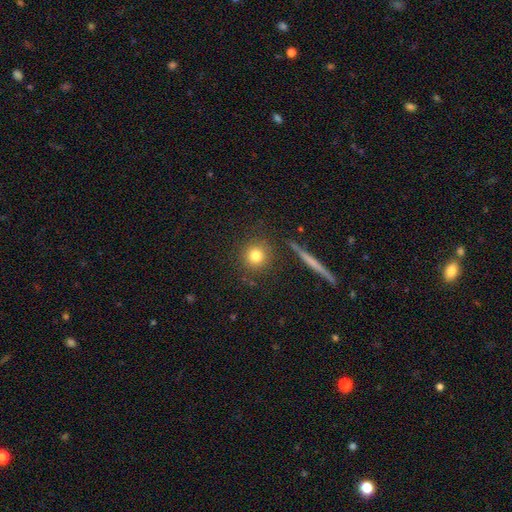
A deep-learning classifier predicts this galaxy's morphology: A smooth galaxy with no disk features (80%) that is round (92%). Merging: none (86%).